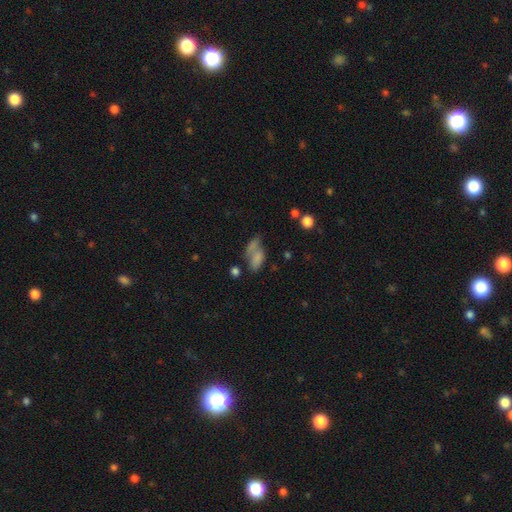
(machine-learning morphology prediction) The model was most divided on "merging": merger: 32%, none: 28%, minor disturbance: 20%, major disturbance: 19%. More confident: how rounded — in between (85%); smooth or featured — smooth (68%).